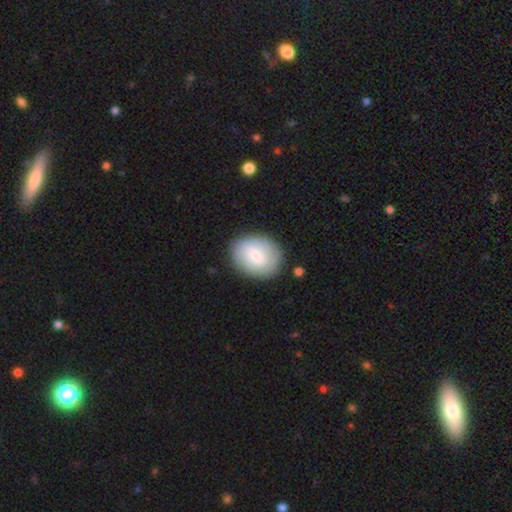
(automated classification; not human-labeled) Smooth or featured? smooth (68%)
How rounded? in between (50%)
Merging? none (80%)